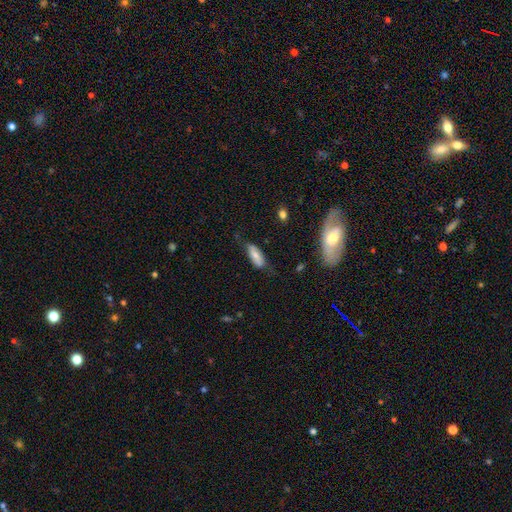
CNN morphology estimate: smooth-or-featured: smooth: 61% | featured or disk: 31% | star or artifact: 7%
  how-rounded: in between: 72% | cigar-shaped: 25% | round: 3%
  merging: none: 60% | minor disturbance: 29% | major disturbance: 10% | merger: 2%